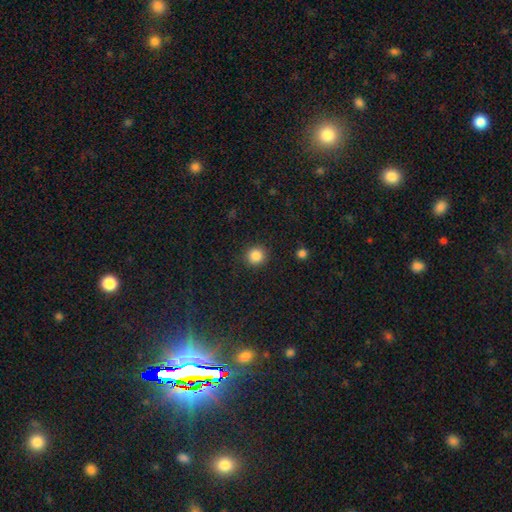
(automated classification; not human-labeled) Smooth or featured? smooth (85%)
How rounded? round (92%)
Merging? none (90%)